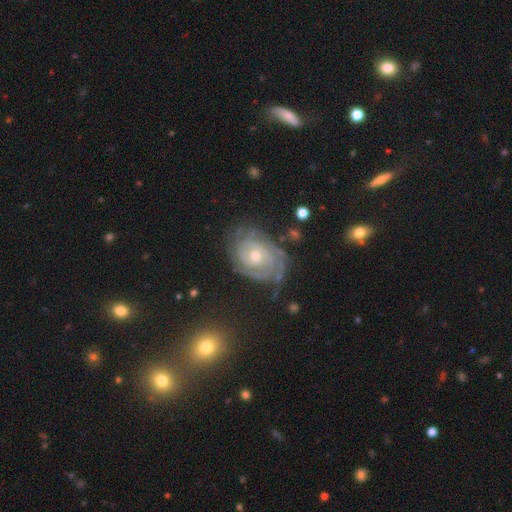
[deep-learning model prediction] A featured or disk galaxy (87%) with no bar (74%), tight (76%) spiral arms (97%) and a small central bulge (49%).

Vote fractions:
- Smooth or featured? featured or disk: 87% / smooth: 7% / star or artifact: 6%
- Edge-on disk? no: 97% / yes: 3%
- Bar? no: 74% / weak: 22% / strong: 5%
- Spiral arms? yes: 97% / no: 3%
- Spiral winding? tight: 76% / medium: 20% / loose: 4%
- Spiral arm count? can't tell: 28% / 2: 24% / 3: 24% / 4: 11% / more than 4: 6% / 1: 6%
- Bulge size? small: 49% / moderate: 48% / large: 2% / none: 1% / dominant: 1%
- Merging? none: 70% / minor disturbance: 19% / major disturbance: 8% / merger: 2%